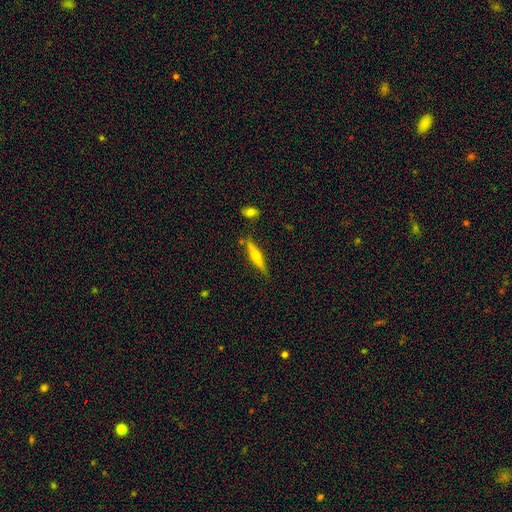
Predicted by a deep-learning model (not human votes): This is possibly a smooth galaxy (47%). Merging: clearly none (81%).